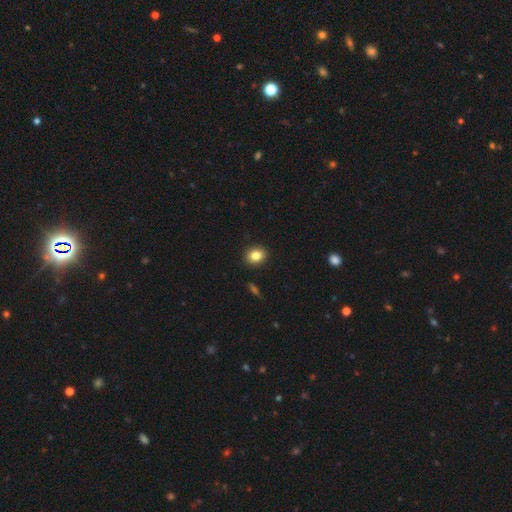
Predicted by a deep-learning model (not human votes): Smooth or featured: smooth — 84% (star or artifact — 9%)
How rounded: round — 51% (in between — 48%)
Merging: none — 90% (minor disturbance — 7%)